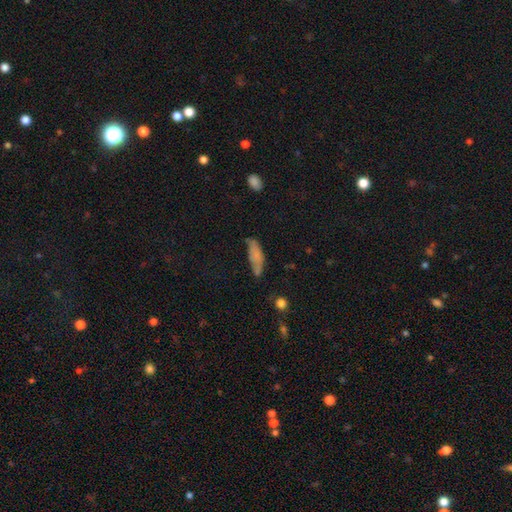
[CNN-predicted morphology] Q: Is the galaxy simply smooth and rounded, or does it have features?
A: smooth — 69%.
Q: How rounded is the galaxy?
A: in between — 57%.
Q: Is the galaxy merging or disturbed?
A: none — 46%.